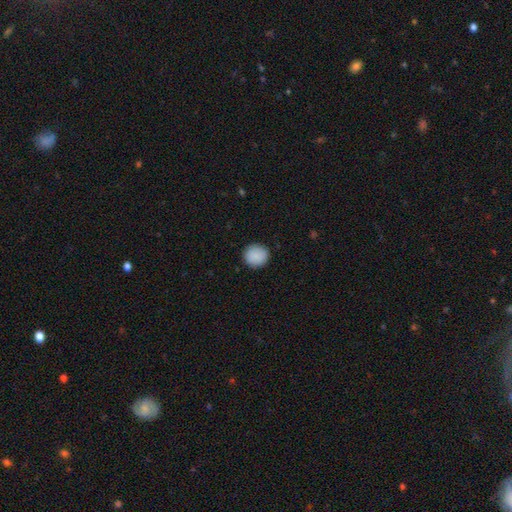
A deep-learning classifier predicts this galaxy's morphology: This appears to be a smooth galaxy with no disk features (90%) that is round (92%). Merging: none (91%).